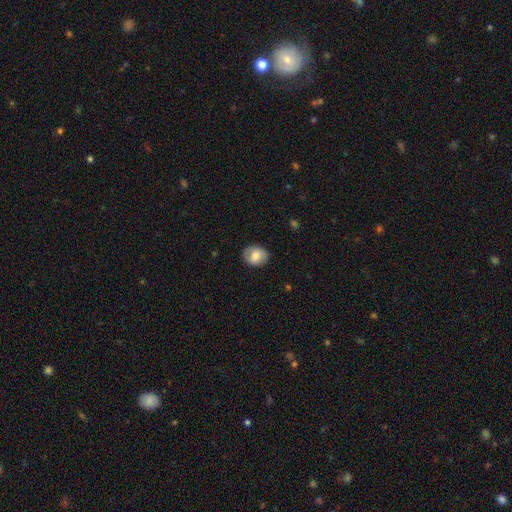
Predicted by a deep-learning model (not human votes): Morphology: type=smooth (75%); roundness=round (59%); merging=none (83%).